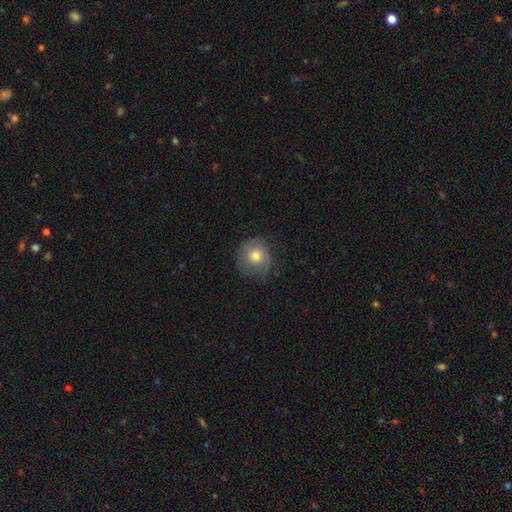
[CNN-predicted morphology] Smooth or featured? smooth (62%)
How rounded? round (87%)
Merging? none (67%)